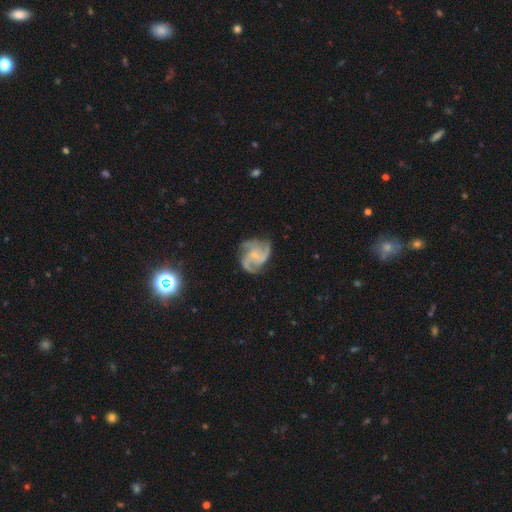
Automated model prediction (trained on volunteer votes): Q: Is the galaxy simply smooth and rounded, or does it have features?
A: featured or disk — 87%.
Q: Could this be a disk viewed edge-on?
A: no — 98%.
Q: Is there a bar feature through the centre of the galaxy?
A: no — 60%.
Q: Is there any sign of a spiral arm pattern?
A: yes — 97%.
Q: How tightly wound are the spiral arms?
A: medium — 56%.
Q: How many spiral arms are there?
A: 3 — 65%.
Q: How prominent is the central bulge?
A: small — 62%.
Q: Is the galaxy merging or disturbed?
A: none — 70%.